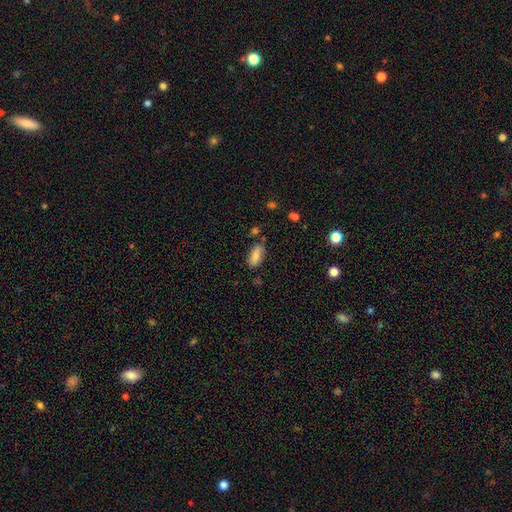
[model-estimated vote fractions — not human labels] This is clearly a smooth galaxy (83%). How rounded: clearly in between (82%). Merging: likely none (72%).